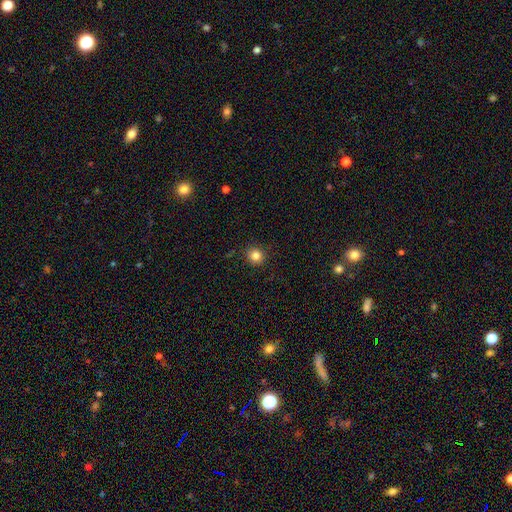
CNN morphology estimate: Smooth or featured: smooth — 83% (star or artifact — 12%)
How rounded: round — 88% (in between — 11%)
Merging: none — 90% (minor disturbance — 7%)